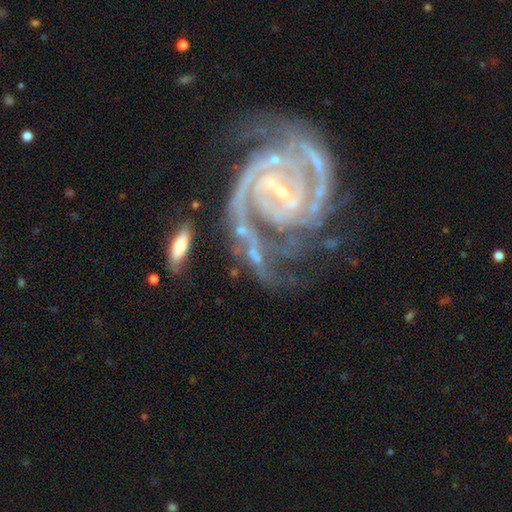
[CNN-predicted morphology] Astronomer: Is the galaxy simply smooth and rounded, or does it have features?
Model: featured or disk — 67%.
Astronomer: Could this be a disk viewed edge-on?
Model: no — 93%.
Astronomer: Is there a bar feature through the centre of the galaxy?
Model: no — 50% (runner-up: weak, 28%).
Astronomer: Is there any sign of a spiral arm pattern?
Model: yes — 78%.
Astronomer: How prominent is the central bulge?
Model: small — 49% (runner-up: moderate, 26%).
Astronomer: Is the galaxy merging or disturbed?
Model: none — 32% (runner-up: merger, 26%).